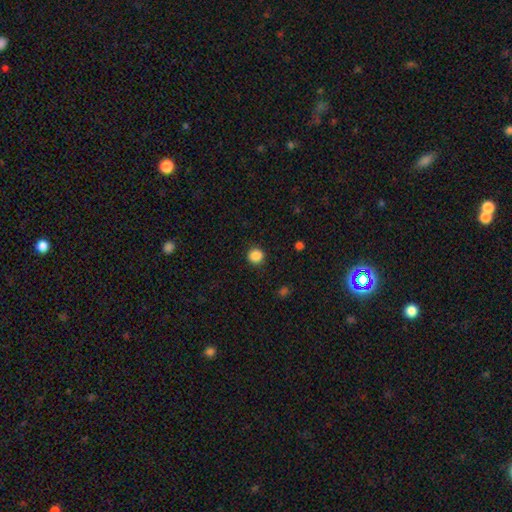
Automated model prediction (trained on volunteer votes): smooth_or_featured: smooth (p=0.87) [alt: star or artifact p=0.11]
how_rounded: round (p=0.90) [alt: in between p=0.10]
merging: none (p=0.90) [alt: minor disturbance p=0.07]